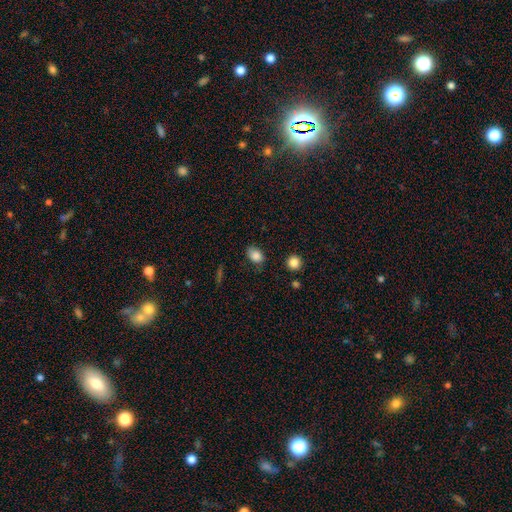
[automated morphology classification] smooth-or-featured: smooth: 85% | star or artifact: 9% | featured or disk: 6%
  how-rounded: in between: 72% | round: 27% | cigar-shaped: 1%
  merging: none: 70% | minor disturbance: 22% | major disturbance: 5% | merger: 2%